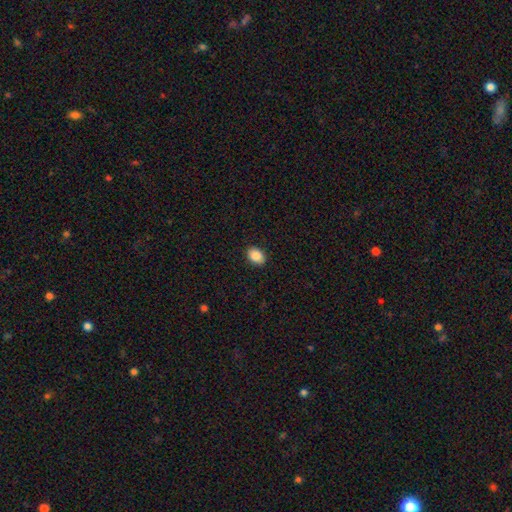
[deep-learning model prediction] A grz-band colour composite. It shows a smooth galaxy with no disk features (88%) that is in between round and cigar-shaped (77%). Merging: none (90%).